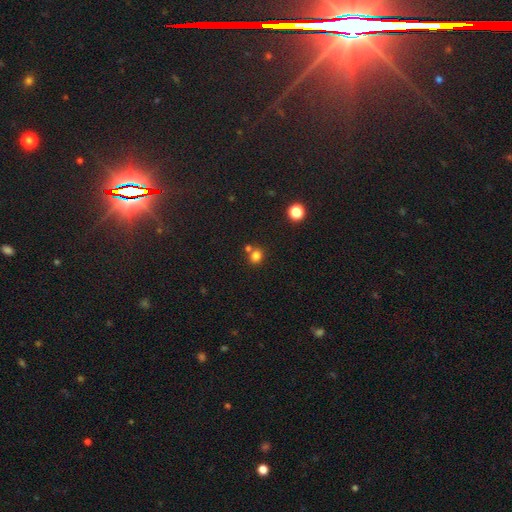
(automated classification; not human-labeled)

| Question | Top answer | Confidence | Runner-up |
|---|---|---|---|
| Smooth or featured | smooth | 79% | star or artifact (15%) |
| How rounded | round | 79% | in between (20%) |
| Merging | none | 66% | merger (23%) |